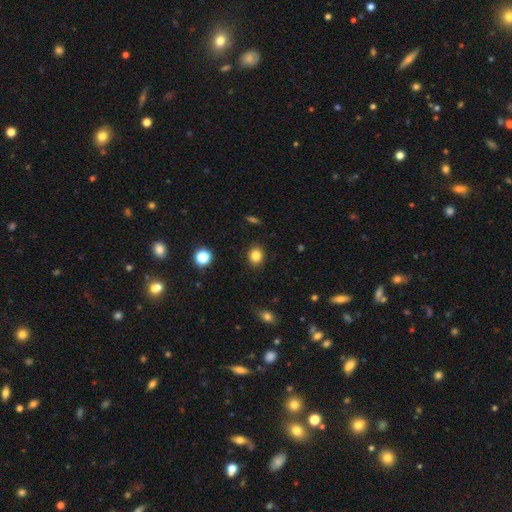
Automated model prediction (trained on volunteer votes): This appears to be a smooth galaxy with no disk features (84%) that is round (67%). Merging: none (90%).